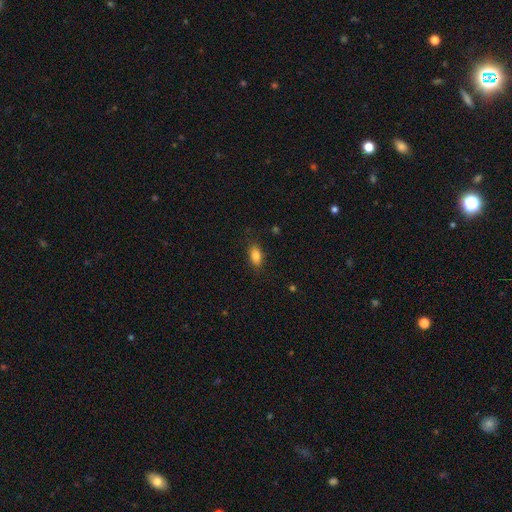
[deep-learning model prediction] A smooth galaxy with no disk features (83%) that is in between round and cigar-shaped (86%).

Vote fractions:
- Smooth or featured? smooth: 83% / star or artifact: 9% / featured or disk: 8%
- How rounded? in between: 86% / round: 8% / cigar-shaped: 5%
- Merging? none: 84% / minor disturbance: 12% / major disturbance: 3% / merger: 1%